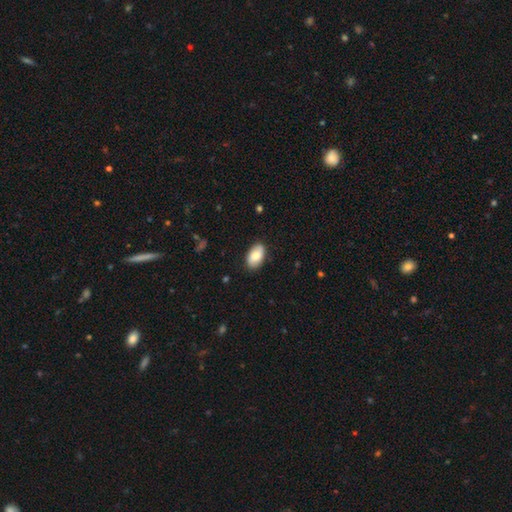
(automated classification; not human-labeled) smooth 80%, featured or disk 14%, star or artifact 6%. Down the decision tree: how rounded — in between (94%); merging — none (85%).